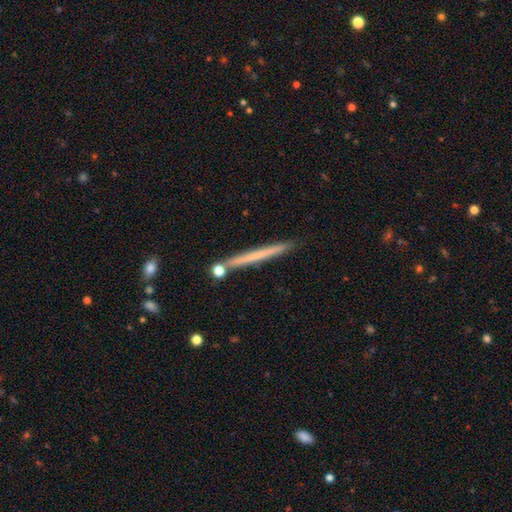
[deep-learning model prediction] smooth 53%, featured or disk 41%, star or artifact 7%. Down the decision tree: how rounded — cigar-shaped (97%); merging — none (86%).